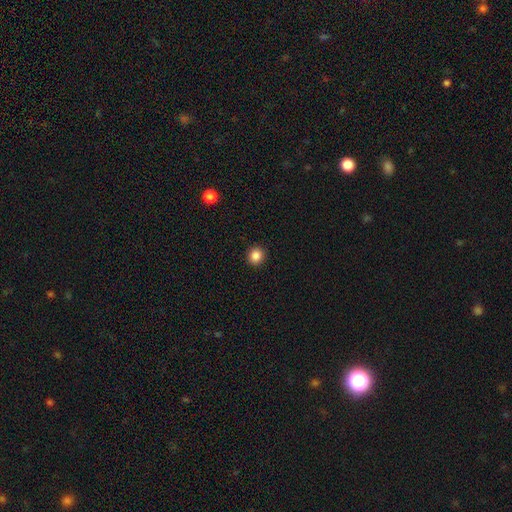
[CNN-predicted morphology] Smooth or featured? Predicted: smooth (p=0.86). How rounded? Predicted: round (p=0.89). Merging? Predicted: none (p=0.92).